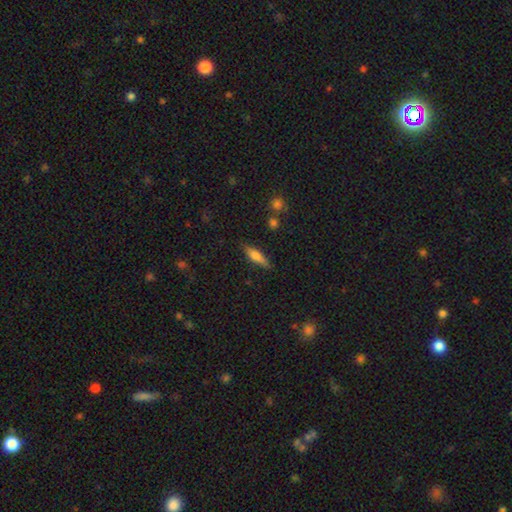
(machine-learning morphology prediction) smooth-or-featured: smooth: 62% | featured or disk: 30% | star or artifact: 8%
  how-rounded: cigar-shaped: 62% | in between: 35% | round: 3%
  merging: none: 82% | minor disturbance: 13% | major disturbance: 3% | merger: 2%